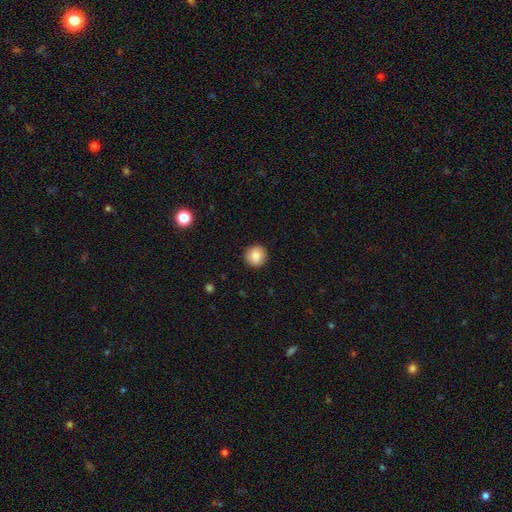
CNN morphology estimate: type=smooth (87%); roundness=round (93%); merging=none (91%).